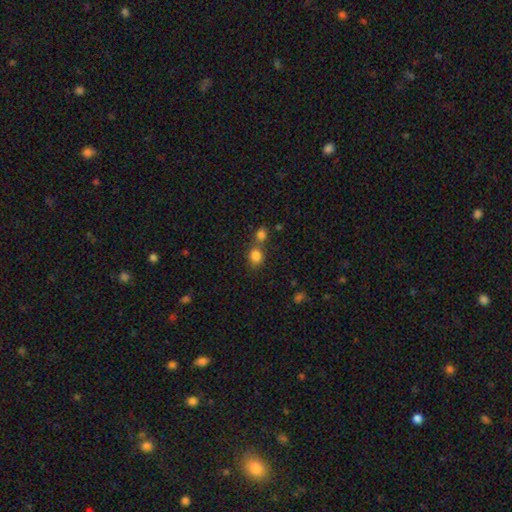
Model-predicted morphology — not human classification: Smooth or featured? smooth (83%)
How rounded? round (70%)
Merging? none (49%)